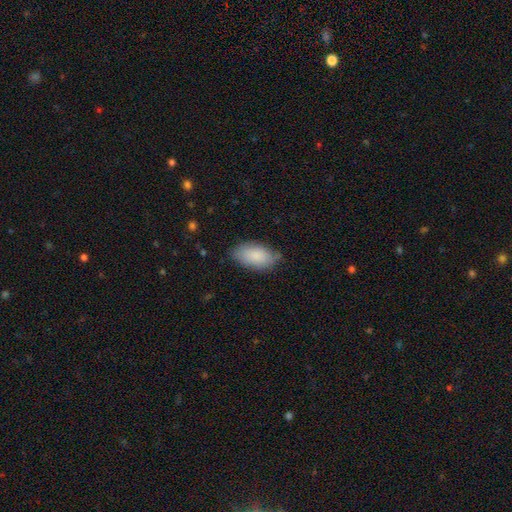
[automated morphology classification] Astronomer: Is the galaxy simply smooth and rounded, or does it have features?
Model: smooth — 86%.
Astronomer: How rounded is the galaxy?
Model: in between — 94%.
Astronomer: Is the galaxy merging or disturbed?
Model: none — 76%.